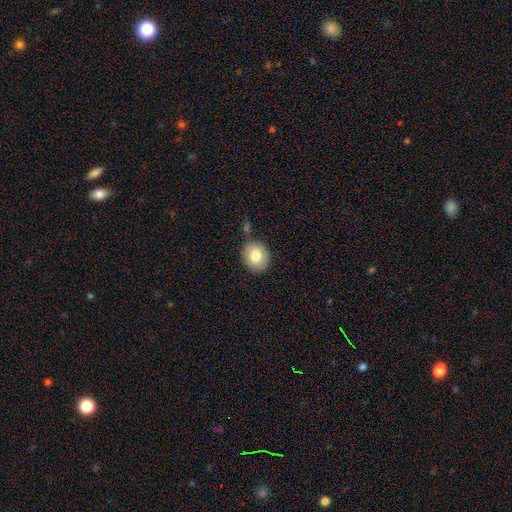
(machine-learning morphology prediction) Overall: smooth (78%). How rounded: round (67%; in between 32%). Merging: none (80%).